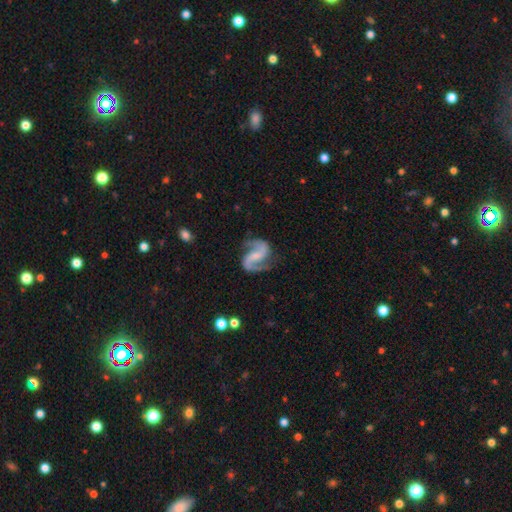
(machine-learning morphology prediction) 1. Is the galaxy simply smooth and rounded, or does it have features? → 92% featured or disk, 4% smooth, 4% star or artifact.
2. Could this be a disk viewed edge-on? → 98% no, 2% yes.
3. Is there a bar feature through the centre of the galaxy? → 41% weak, 32% strong, 28% no.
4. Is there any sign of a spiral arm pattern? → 98% yes, 2% no.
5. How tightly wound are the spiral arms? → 53% medium, 35% loose, 12% tight.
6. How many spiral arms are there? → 94% 2, 1% can't tell, 1% 1, 1% 3, 1% 4, 1% more than 4.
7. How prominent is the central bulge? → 40% small, 35% none, 21% moderate, 3% large, 1% dominant.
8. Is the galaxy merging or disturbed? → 80% none, 13% minor disturbance, 6% major disturbance, 2% merger.